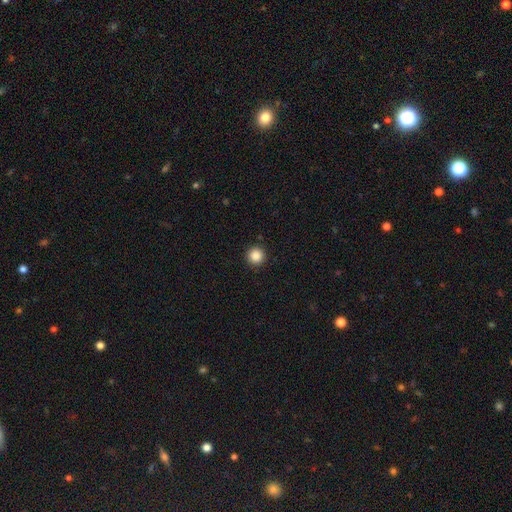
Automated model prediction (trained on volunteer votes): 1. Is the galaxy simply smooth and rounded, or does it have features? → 87% smooth, 10% star or artifact, 3% featured or disk.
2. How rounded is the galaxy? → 96% round, 3% in between, 1% cigar-shaped.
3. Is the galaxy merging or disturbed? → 93% none, 5% minor disturbance, 2% major disturbance, 1% merger.